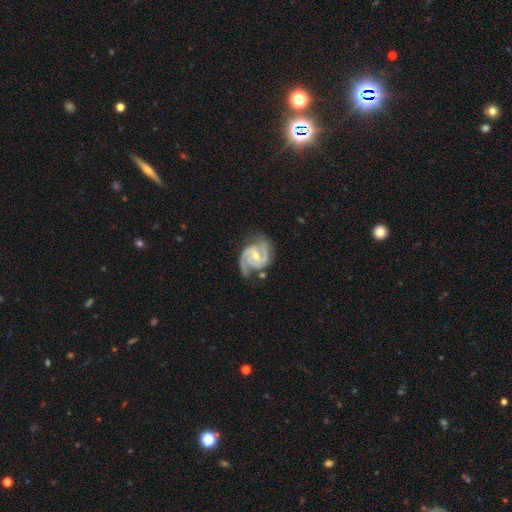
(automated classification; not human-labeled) Morphology: type=featured or disk (92%); edge-on=no (98%); bar=weak (46%); spiral arms=yes (98%); winding=medium (53%); arm count=2 (74%); bulge=moderate (49%); merging=none (67%).